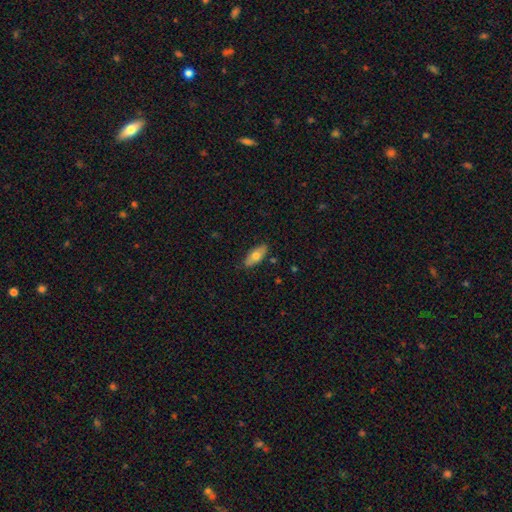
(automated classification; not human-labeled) Q: Smooth or featured?
A: smooth (68%); runner-up: featured or disk (25%)
Q: How rounded?
A: in between (82%); runner-up: cigar-shaped (15%)
Q: Merging?
A: none (85%); runner-up: minor disturbance (12%)